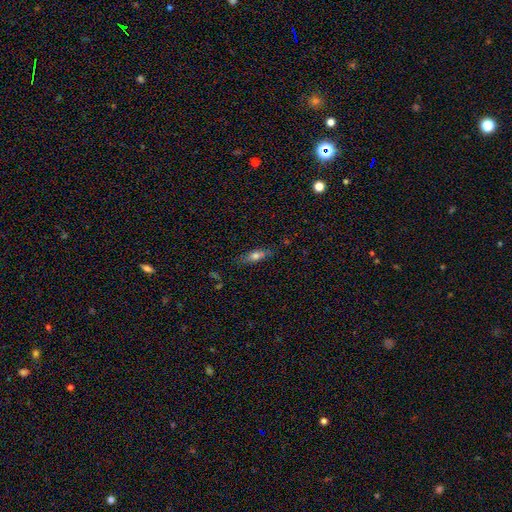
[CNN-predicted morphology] Smooth or featured? Predicted: smooth (p=0.63). How rounded? Predicted: in between (p=0.52). Merging? Predicted: none (p=0.77).